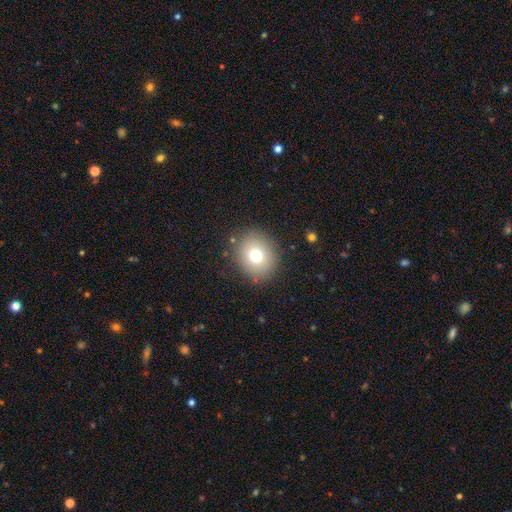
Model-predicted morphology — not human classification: The model was most divided on "how rounded": round: 74%, in between: 26%, cigar-shaped: 1%. More confident: merging — none (86%); smooth or featured — smooth (74%).